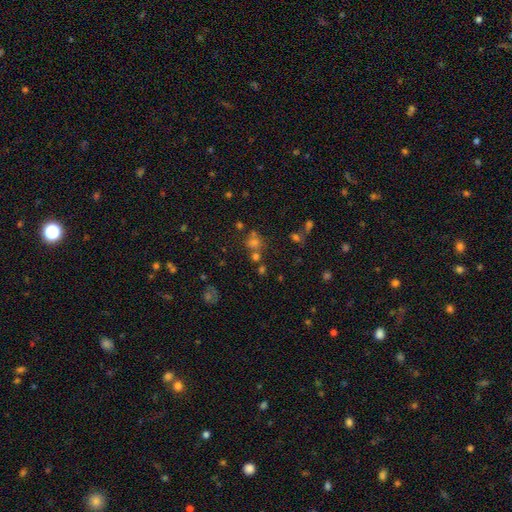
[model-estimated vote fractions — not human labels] The model was most divided on "smooth or featured": smooth: 47%, star or artifact: 42%, featured or disk: 11%. More confident: merging — none (62%).